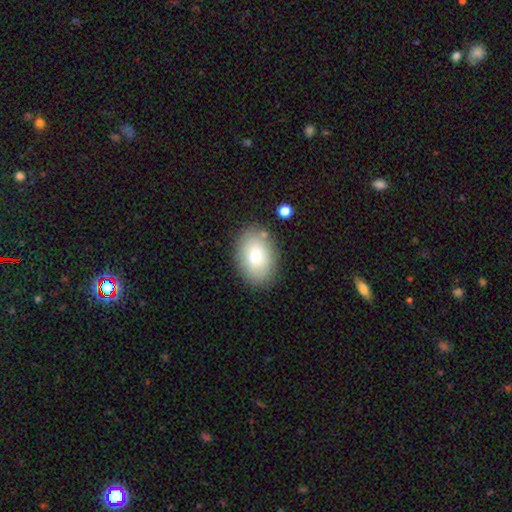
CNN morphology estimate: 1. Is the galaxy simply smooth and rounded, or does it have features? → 81% smooth, 11% featured or disk, 7% star or artifact.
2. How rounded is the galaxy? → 87% in between, 12% round, 1% cigar-shaped.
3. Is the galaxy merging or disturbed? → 83% none, 11% minor disturbance, 3% major disturbance, 3% merger.